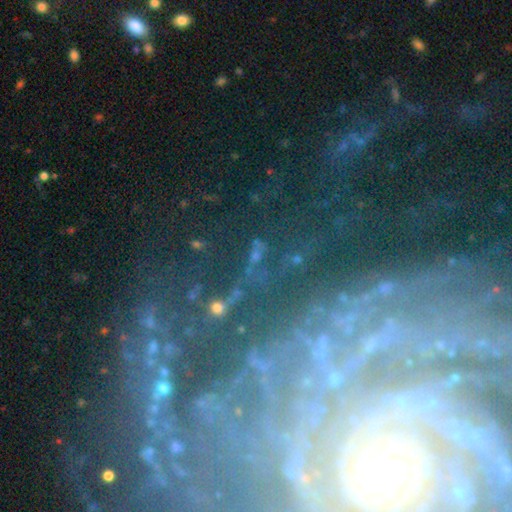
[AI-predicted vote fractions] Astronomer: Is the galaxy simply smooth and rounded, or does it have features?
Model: featured or disk — 43% (runner-up: star or artifact, 40%).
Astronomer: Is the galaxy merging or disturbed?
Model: none — 59%.